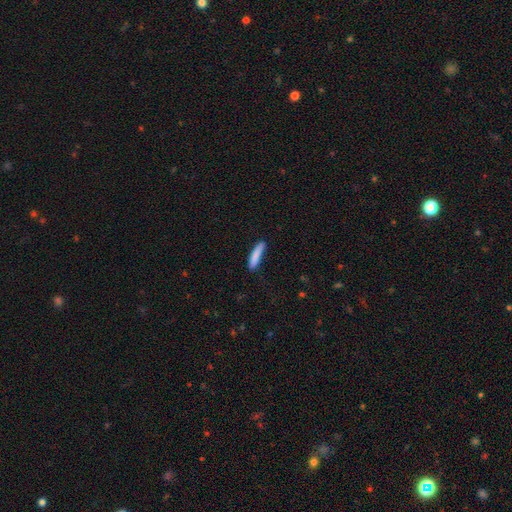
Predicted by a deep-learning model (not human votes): smooth_or_featured: smooth (p=0.85) [alt: featured or disk p=0.09]
how_rounded: cigar-shaped (p=0.88) [alt: in between p=0.11]
merging: none (p=0.78) [alt: minor disturbance p=0.16]